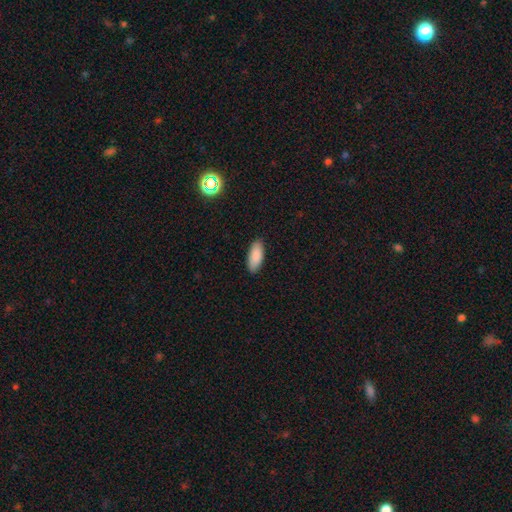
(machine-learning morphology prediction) A smooth galaxy with no disk features (89%) that is in between round and cigar-shaped (84%).

Vote fractions:
- Smooth or featured? smooth: 89% / star or artifact: 6% / featured or disk: 5%
- How rounded? in between: 84% / cigar-shaped: 14% / round: 2%
- Merging? none: 89% / minor disturbance: 8% / major disturbance: 2% / merger: 1%